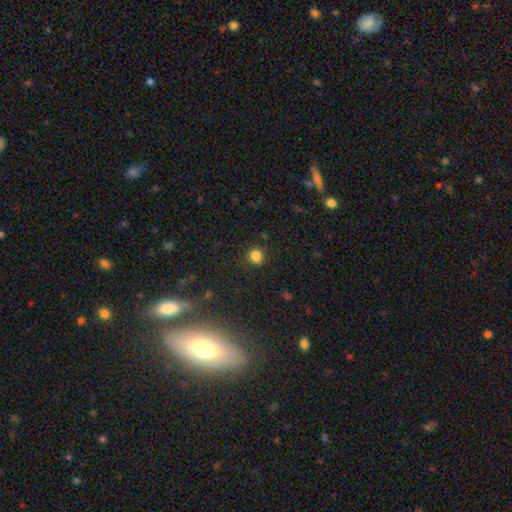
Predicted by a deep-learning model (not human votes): smooth_or_featured: smooth (p=0.82) [alt: star or artifact p=0.13]
how_rounded: round (p=0.86) [alt: in between p=0.13]
merging: none (p=0.85) [alt: minor disturbance p=0.10]